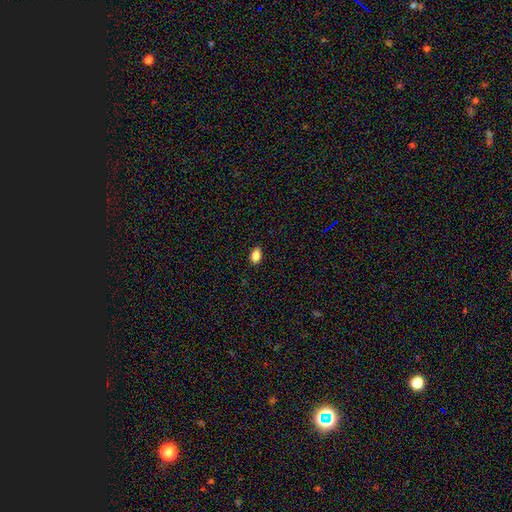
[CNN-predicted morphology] smooth_or_featured: smooth (p=0.86) [alt: star or artifact p=0.10]
how_rounded: in between (p=0.85) [alt: round p=0.14]
merging: none (p=0.87) [alt: minor disturbance p=0.10]